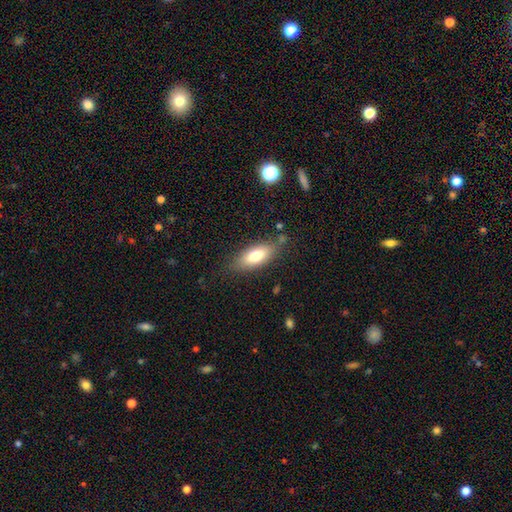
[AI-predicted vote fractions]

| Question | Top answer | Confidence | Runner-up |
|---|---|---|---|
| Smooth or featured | smooth | 74% | featured or disk (19%) |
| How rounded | in between | 76% | cigar-shaped (21%) |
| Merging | none | 77% | minor disturbance (16%) |